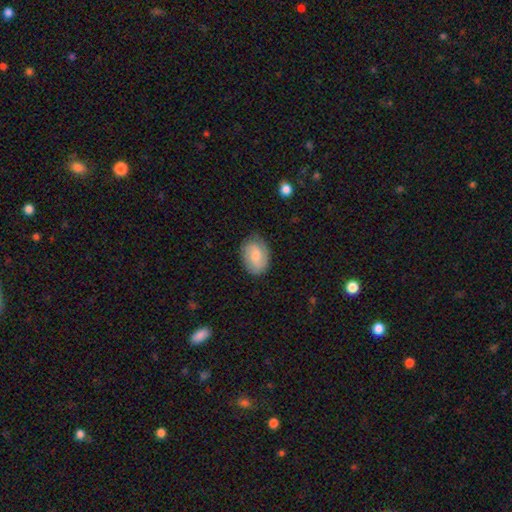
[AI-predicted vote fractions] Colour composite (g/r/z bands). It shows a smooth galaxy with no disk features (54%) that is in between round and cigar-shaped (80%). Merging: none (77%).